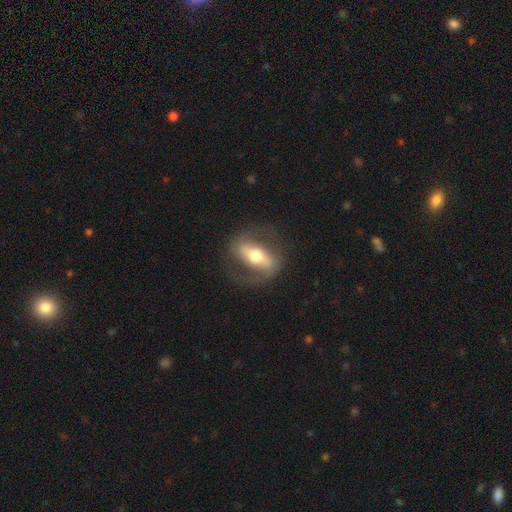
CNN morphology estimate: This is likely a featured or disk galaxy (73%). It is clearly not viewed edge-on (81%). Bar: likely strong (65%). Spiral arm pattern: likely yes (62%). Central bulge: likely moderate (65%). Merging: likely none (77%).